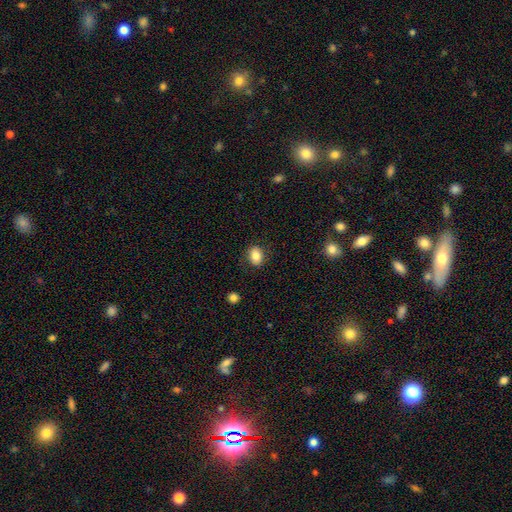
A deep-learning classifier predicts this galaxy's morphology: Smooth or featured: smooth — 84% (star or artifact — 9%)
How rounded: in between — 62% (round — 37%)
Merging: none — 85% (minor disturbance — 11%)